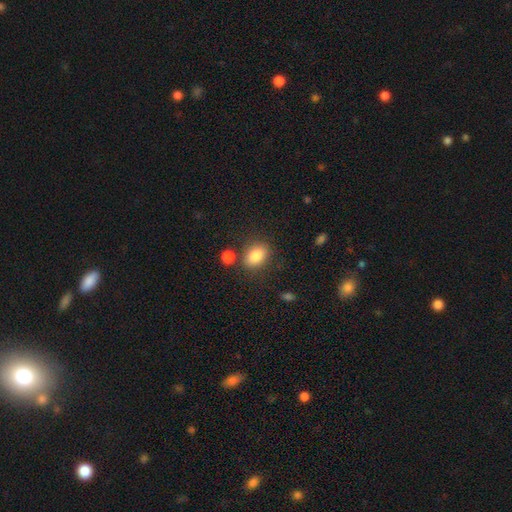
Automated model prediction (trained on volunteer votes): smooth_or_featured: smooth (p=0.85) [alt: star or artifact p=0.09]
how_rounded: in between (p=0.75) [alt: round p=0.24]
merging: none (p=0.75) [alt: minor disturbance p=0.12]